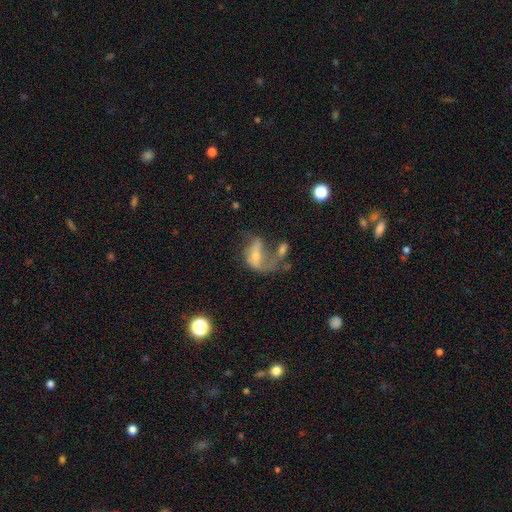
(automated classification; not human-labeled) smooth_or_featured: featured or disk (p=0.55) [alt: smooth p=0.34]
disk_edge_on: no (p=0.94) [alt: yes p=0.06]
bar: no (p=0.50) [alt: weak p=0.31]
has_spiral_arms: yes (p=0.51) [alt: no p=0.49]
bulge_size: small (p=0.45) [alt: moderate p=0.42]
merging: major disturbance (p=0.41) [alt: merger p=0.26]